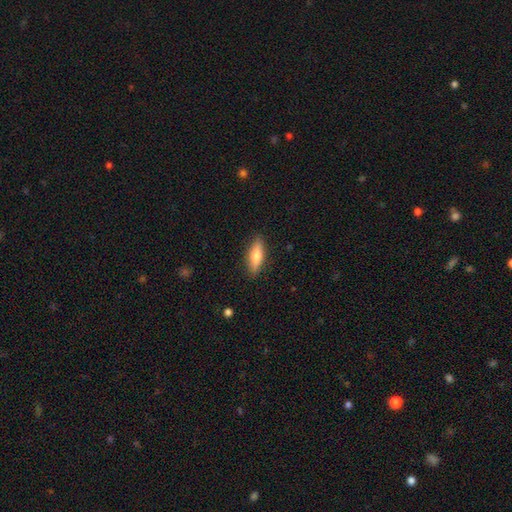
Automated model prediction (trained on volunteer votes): A smooth galaxy with no disk features (69%) that is in between round and cigar-shaped (54%).

Vote fractions:
- Smooth or featured? smooth: 69% / featured or disk: 24% / star or artifact: 6%
- How rounded? in between: 54% / cigar-shaped: 44% / round: 2%
- Merging? none: 87% / minor disturbance: 10% / major disturbance: 2% / merger: 1%